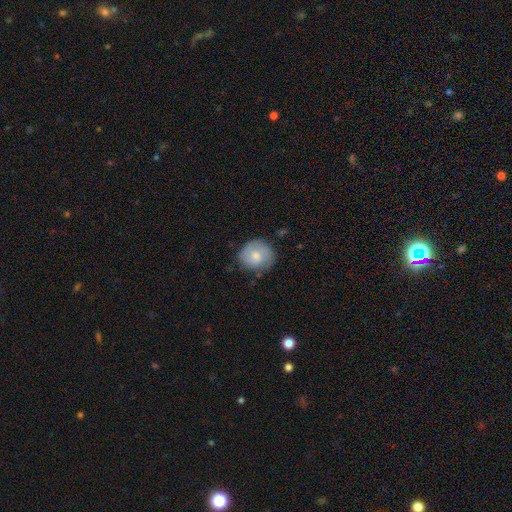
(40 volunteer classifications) This is possibly a smooth galaxy (52%). How rounded: clearly round (81%). Merging: likely none (78%).